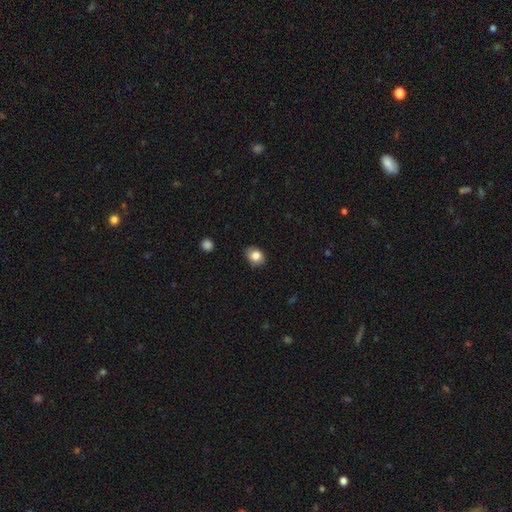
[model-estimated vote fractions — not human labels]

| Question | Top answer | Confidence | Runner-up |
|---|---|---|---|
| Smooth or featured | smooth | 83% | star or artifact (9%) |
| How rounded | in between | 58% | round (41%) |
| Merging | none | 81% | minor disturbance (15%) |